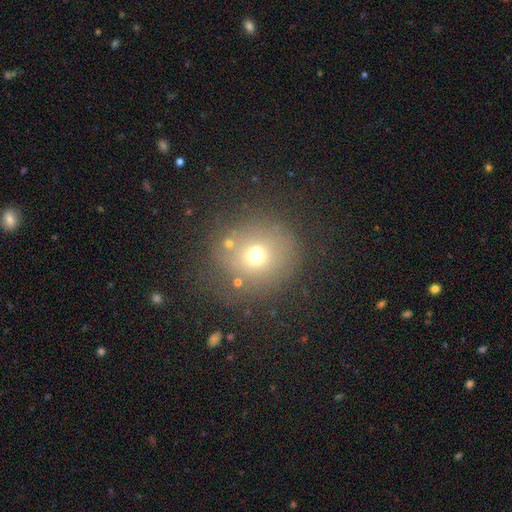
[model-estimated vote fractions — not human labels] Overall: smooth (65%). How rounded: round (88%). Merging: none (73%).